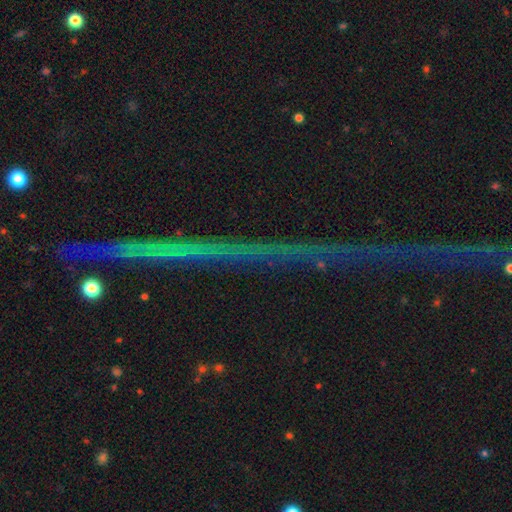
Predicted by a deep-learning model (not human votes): Smooth or featured? star or artifact (78%)